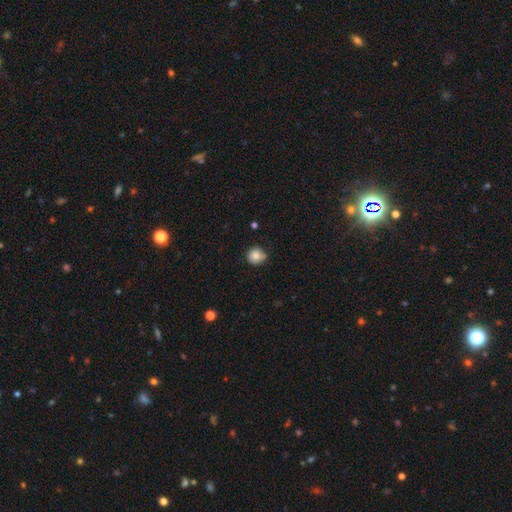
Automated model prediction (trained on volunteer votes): Smooth or featured? smooth (81%)
How rounded? round (89%)
Merging? none (69%)